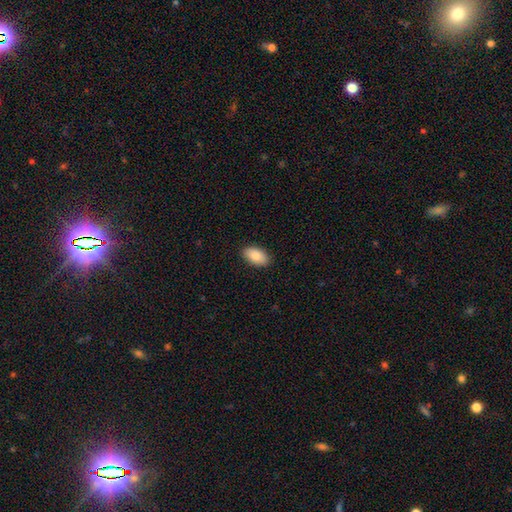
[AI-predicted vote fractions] smooth 85%, featured or disk 8%, star or artifact 7%. Down the decision tree: how rounded — in between (94%); merging — none (89%).